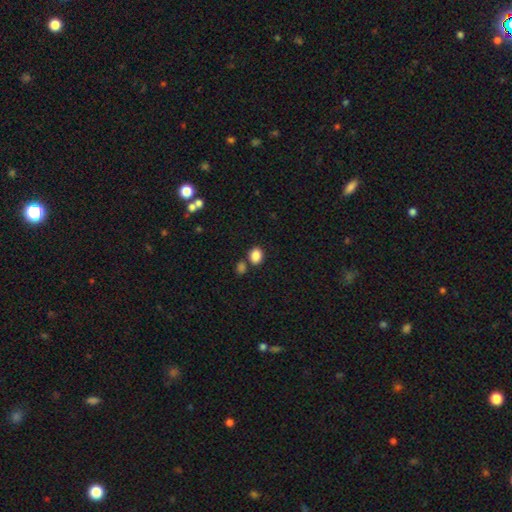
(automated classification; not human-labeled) A smooth galaxy with no disk features (86%) that is in between round and cigar-shaped (52%).

Vote fractions:
- Smooth or featured? smooth: 86% / star or artifact: 9% / featured or disk: 4%
- How rounded? in between: 52% / round: 48% / cigar-shaped: 1%
- Merging? none: 69% / merger: 17% / minor disturbance: 11% / major disturbance: 3%